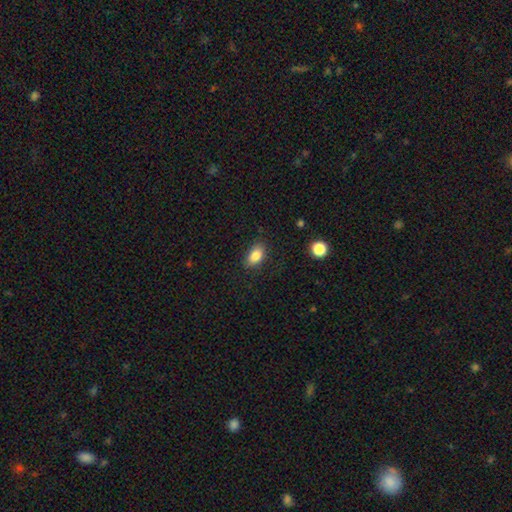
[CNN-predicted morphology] Smooth or featured: smooth — 85% (star or artifact — 8%)
How rounded: in between — 89% (round — 8%)
Merging: none — 82% (minor disturbance — 13%)